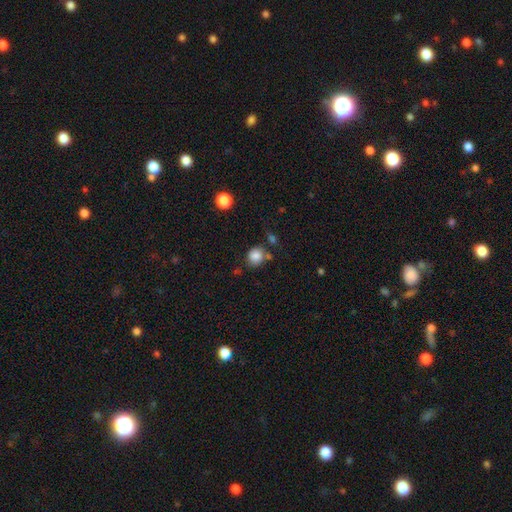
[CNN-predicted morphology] smooth-or-featured: smooth: 84% | star or artifact: 10% | featured or disk: 6%
  how-rounded: round: 77% | in between: 22% | cigar-shaped: 1%
  merging: none: 66% | minor disturbance: 17% | merger: 11% | major disturbance: 5%